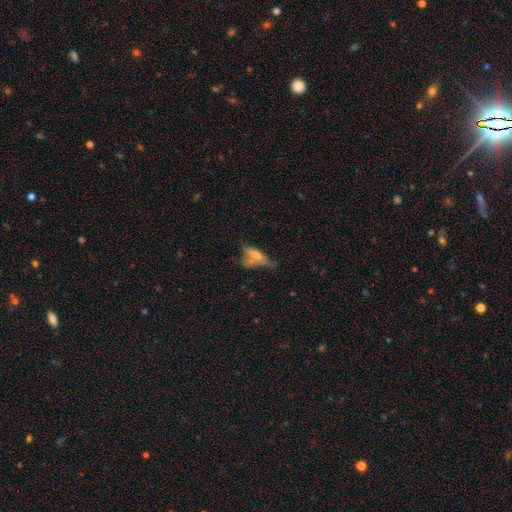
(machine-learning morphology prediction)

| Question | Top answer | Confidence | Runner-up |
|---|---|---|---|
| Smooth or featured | smooth | 55% | featured or disk (35%) |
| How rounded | in between | 58% | cigar-shaped (37%) |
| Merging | none | 32% | merger (26%) |